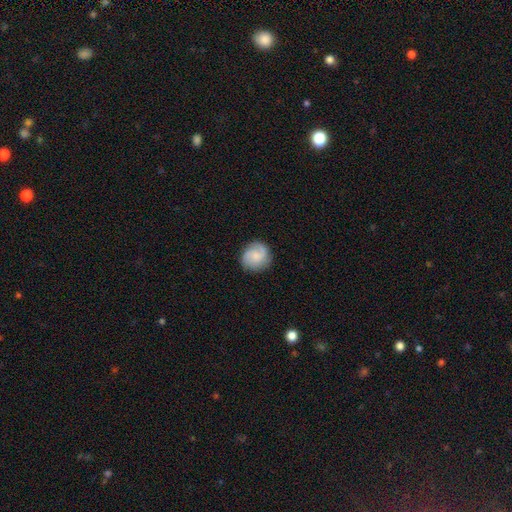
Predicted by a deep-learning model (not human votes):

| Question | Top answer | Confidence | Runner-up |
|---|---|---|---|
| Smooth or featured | featured or disk | 57% | smooth (36%) |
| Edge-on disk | no | 98% | yes (2%) |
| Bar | no | 65% | weak (31%) |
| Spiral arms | yes | 94% | no (6%) |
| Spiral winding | medium | 43% | tight (39%) |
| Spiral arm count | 2 | 43% | 3 (28%) |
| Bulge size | small | 43% | none (26%) |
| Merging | none | 81% | minor disturbance (14%) |